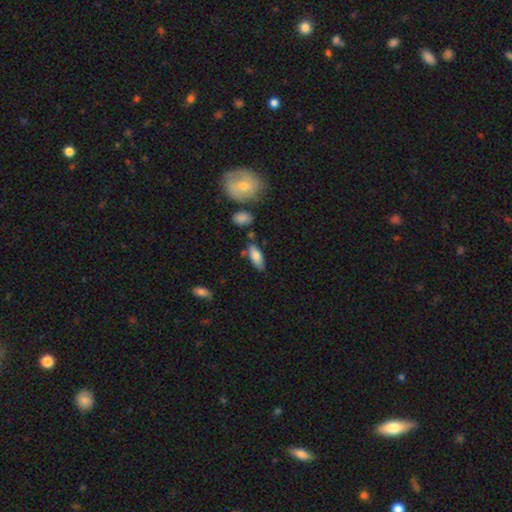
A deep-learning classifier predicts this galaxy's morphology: This is likely a smooth galaxy (80%). How rounded: likely in between (77%). Merging: likely none (70%).